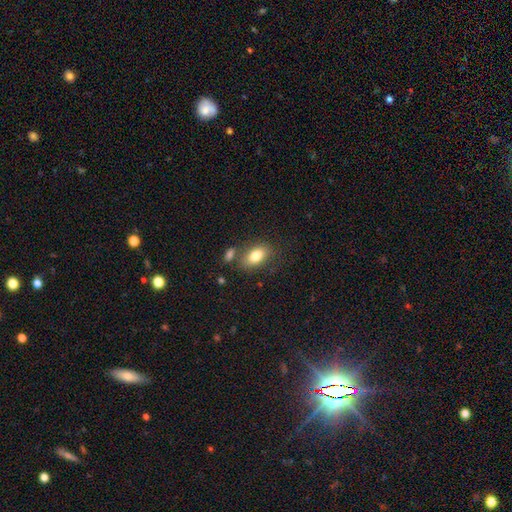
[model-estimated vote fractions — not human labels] Smooth or featured? Predicted: smooth (p=0.81). How rounded? Predicted: in between (p=0.89). Merging? Predicted: none (p=0.67).